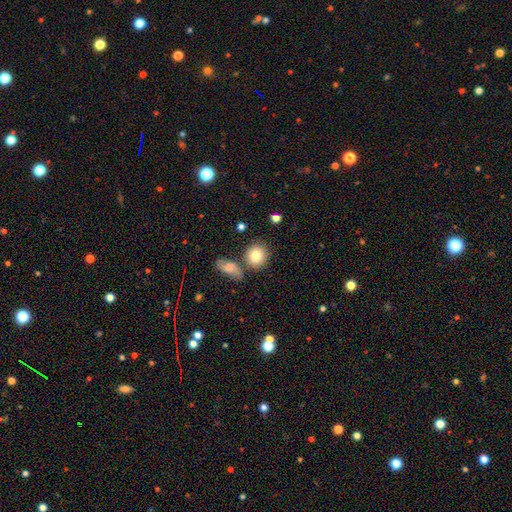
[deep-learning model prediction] smooth_or_featured: smooth (p=0.81) [alt: featured or disk p=0.10]
how_rounded: round (p=0.77) [alt: in between p=0.22]
merging: none (p=0.72) [alt: merger p=0.13]